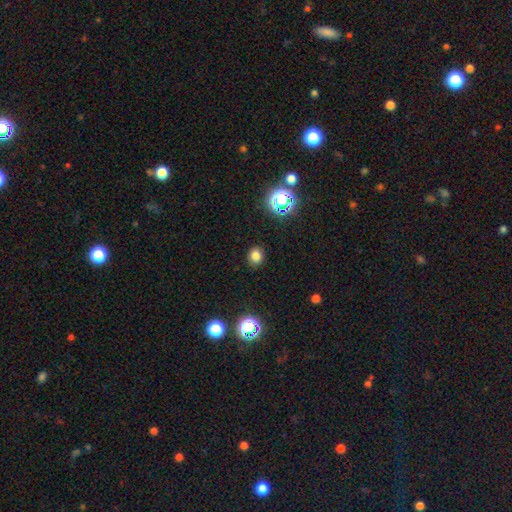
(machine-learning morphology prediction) smooth_or_featured: smooth (p=0.77) [alt: star or artifact p=0.17]
how_rounded: round (p=0.65) [alt: in between p=0.34]
merging: none (p=0.88) [alt: minor disturbance p=0.08]